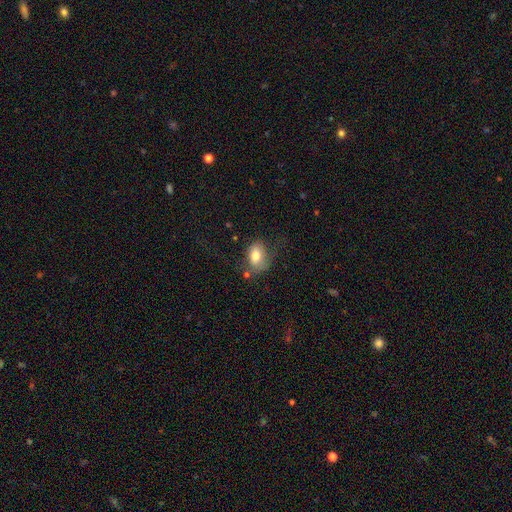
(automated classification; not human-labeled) A smooth galaxy with no disk features (75%) that is in between round and cigar-shaped (78%). Merging: none (53%).